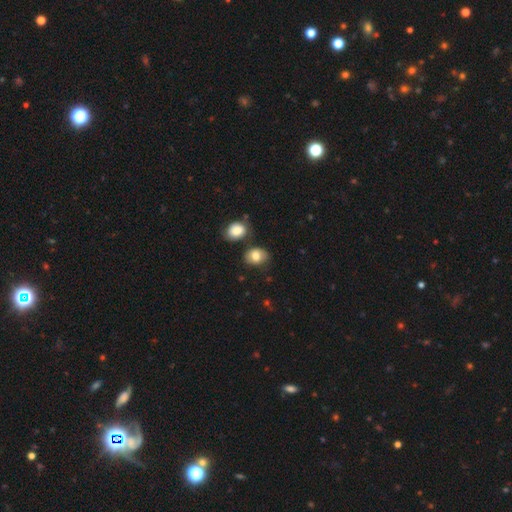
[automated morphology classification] smooth_or_featured: smooth (p=0.79) [alt: featured or disk p=0.13]
how_rounded: in between (p=0.64) [alt: round p=0.35]
merging: none (p=0.64) [alt: minor disturbance p=0.19]